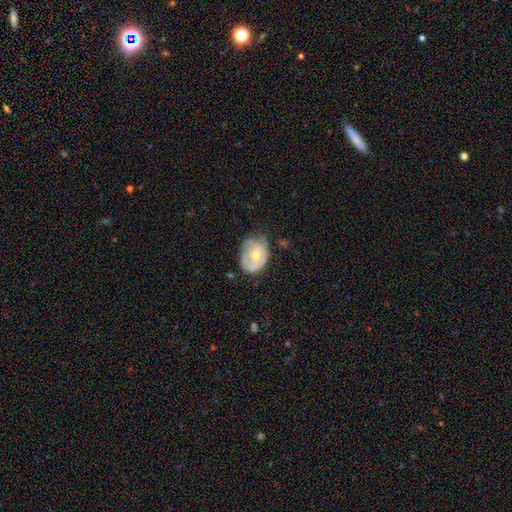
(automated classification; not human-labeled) smooth_or_featured: smooth (p=0.49) [alt: featured or disk p=0.44]
merging: none (p=0.43) [alt: minor disturbance p=0.39]